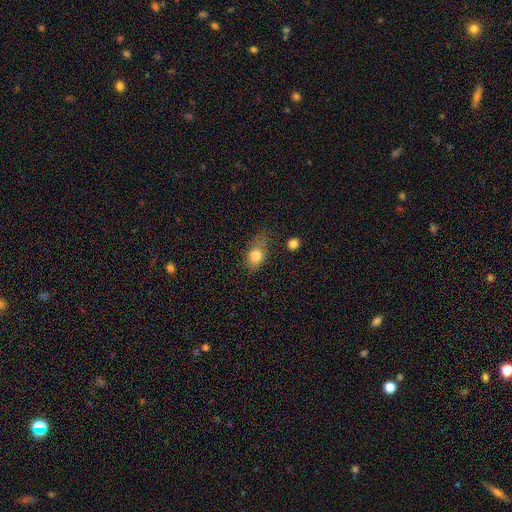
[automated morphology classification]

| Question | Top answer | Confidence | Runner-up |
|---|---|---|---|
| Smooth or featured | smooth | 80% | featured or disk (11%) |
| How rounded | in between | 69% | round (28%) |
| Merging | none | 45% | minor disturbance (33%) |